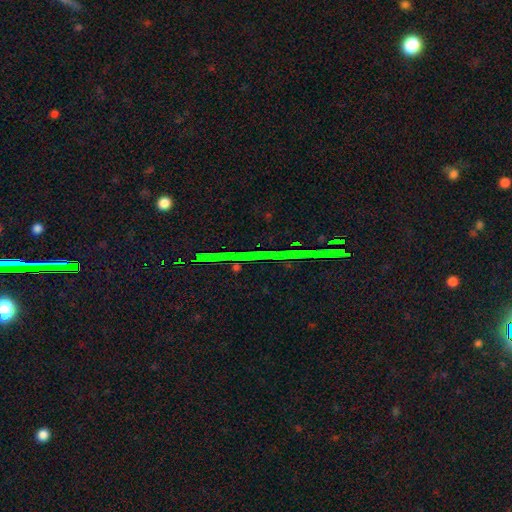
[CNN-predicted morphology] Overall: star or artifact (83%).